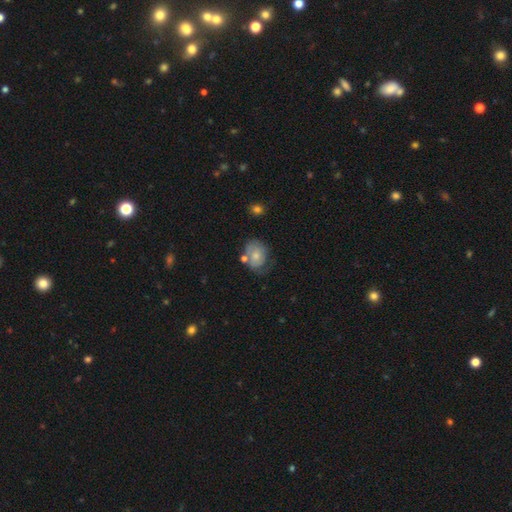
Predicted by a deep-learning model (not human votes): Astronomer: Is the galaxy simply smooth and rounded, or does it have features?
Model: smooth — 54% (runner-up: featured or disk, 38%).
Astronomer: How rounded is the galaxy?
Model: in between — 57% (runner-up: round, 42%).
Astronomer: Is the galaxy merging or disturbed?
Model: none — 43% (runner-up: minor disturbance, 29%).